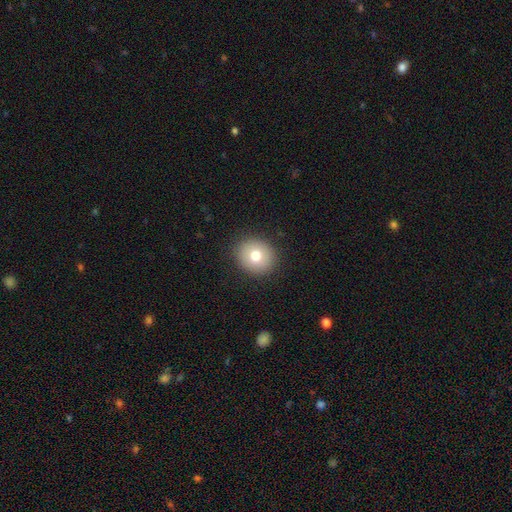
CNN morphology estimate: smooth 75%, featured or disk 14%, star or artifact 11%. Down the decision tree: how rounded — round (82%); merging — none (90%).